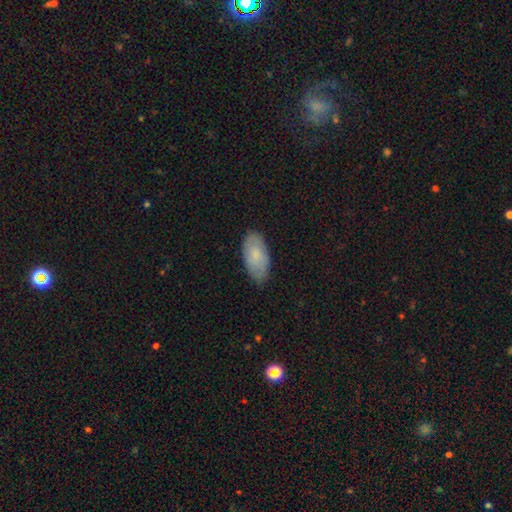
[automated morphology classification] smooth-or-featured: smooth: 80% | featured or disk: 14% | star or artifact: 6%
  how-rounded: in between: 94% | cigar-shaped: 4% | round: 2%
  merging: none: 82% | minor disturbance: 15% | major disturbance: 2% | merger: 1%